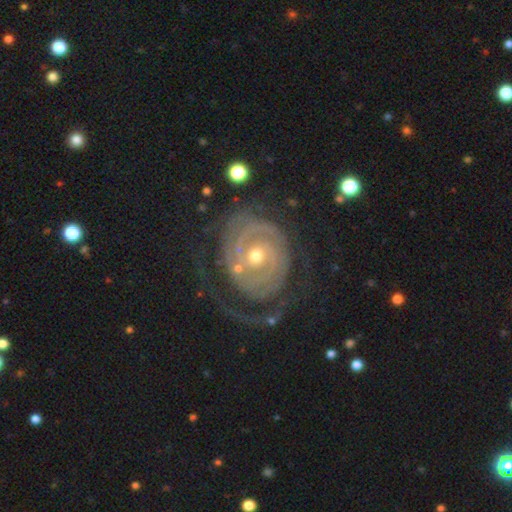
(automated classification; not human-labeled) This appears to be a featured or disk galaxy (89%) with no bar (63%), 2 (49%) tight (78%) spiral arms (96%) and a small central bulge (52%). Merging: none (61%).